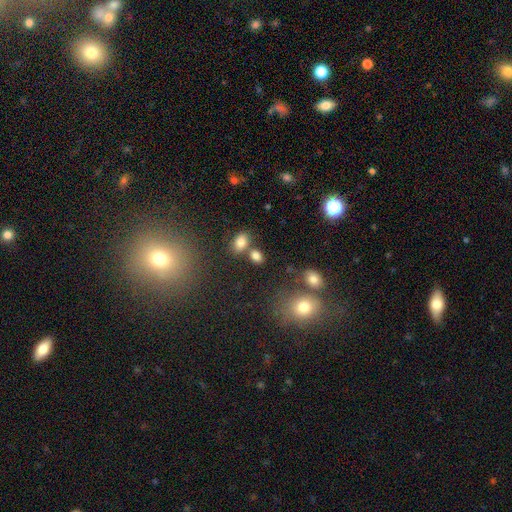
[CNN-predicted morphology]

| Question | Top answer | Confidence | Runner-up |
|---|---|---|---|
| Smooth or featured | smooth | 79% | star or artifact (13%) |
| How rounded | in between | 73% | round (26%) |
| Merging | none | 60% | merger (24%) |